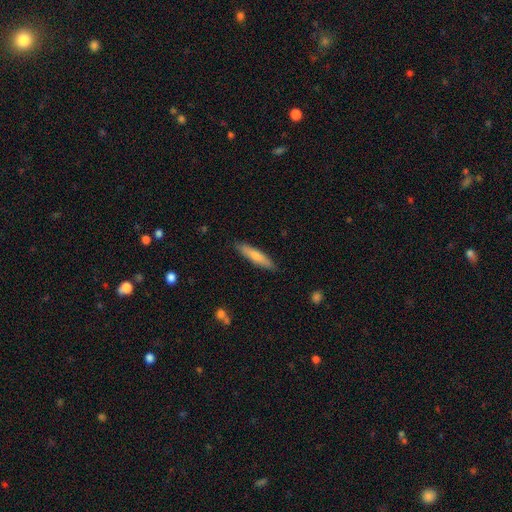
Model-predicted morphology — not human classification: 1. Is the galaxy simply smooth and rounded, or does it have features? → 74% smooth, 21% featured or disk, 5% star or artifact.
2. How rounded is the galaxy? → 82% cigar-shaped, 16% in between, 1% round.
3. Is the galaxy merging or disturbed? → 87% none, 10% minor disturbance, 2% major disturbance, 1% merger.